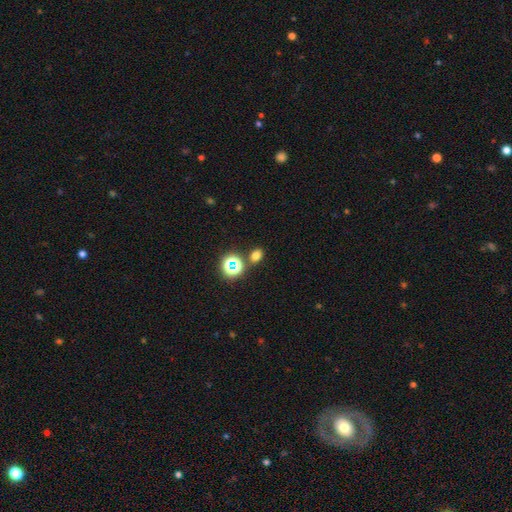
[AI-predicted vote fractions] Morphology: type=smooth (69%); roundness=in between (58%); merging=none (80%).